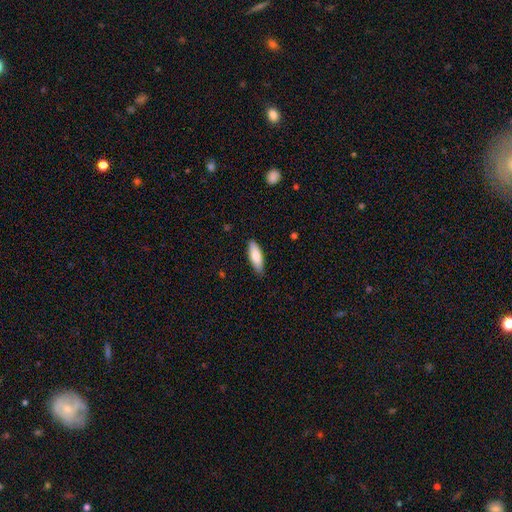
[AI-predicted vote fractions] This appears to be a smooth galaxy with no disk features (81%) that is in between round and cigar-shaped (58%). Merging: none (84%).